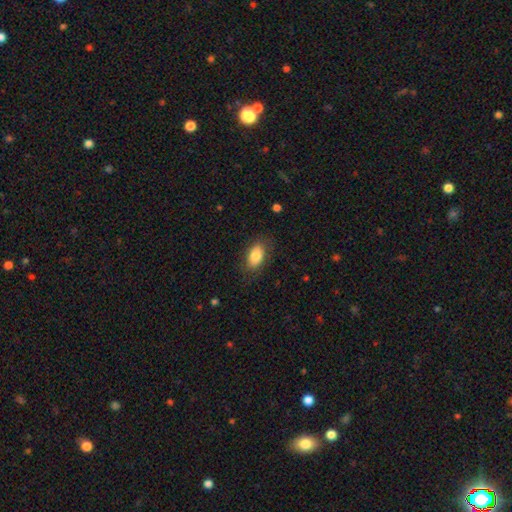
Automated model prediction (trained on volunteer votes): Smooth or featured: smooth — 82% (featured or disk — 11%)
How rounded: in between — 92% (round — 6%)
Merging: none — 79% (minor disturbance — 15%)